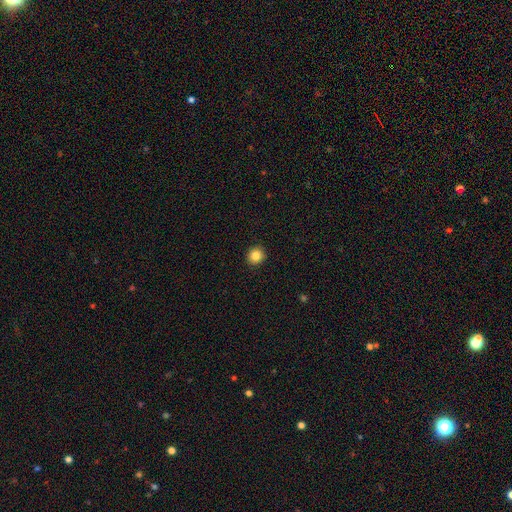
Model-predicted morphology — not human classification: Smooth or featured?
  - smooth: 84% *
  - star or artifact: 10%
  - featured or disk: 6%
How rounded?
  - round: 88% *
  - in between: 11%
  - cigar-shaped: 1%
Merging?
  - none: 92% *
  - minor disturbance: 5%
  - major disturbance: 2%
  - merger: 1%